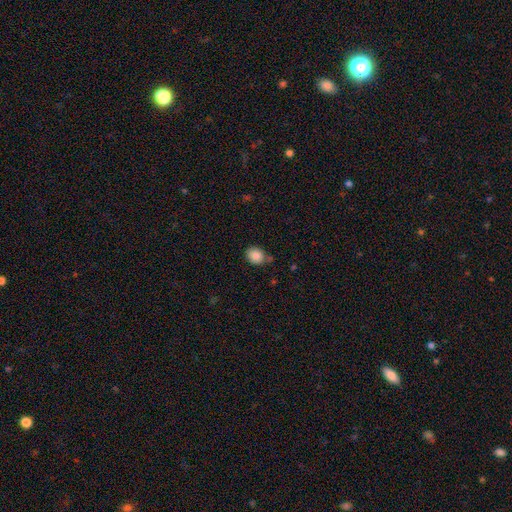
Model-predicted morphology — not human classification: This is clearly a smooth galaxy (87%). How rounded: likely round (61%). Merging: likely none (71%).